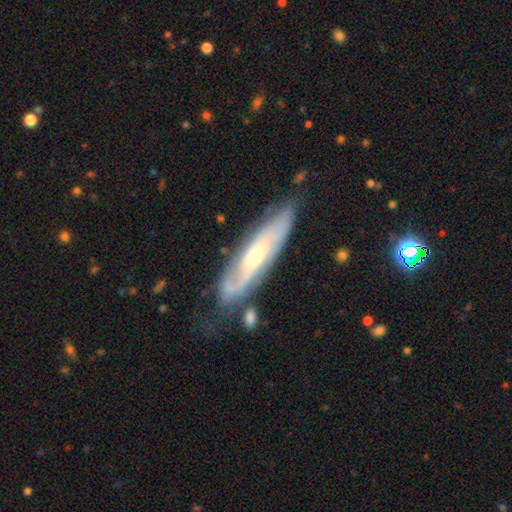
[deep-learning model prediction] Smooth or featured: featured or disk — 77% (smooth — 17%)
Edge-on disk: no — 72% (yes — 28%)
Bar: no — 52% (weak — 34%)
Spiral arms: yes — 88% (no — 12%)
Bulge size: moderate — 49% (small — 46%)
Merging: none — 68% (minor disturbance — 21%)